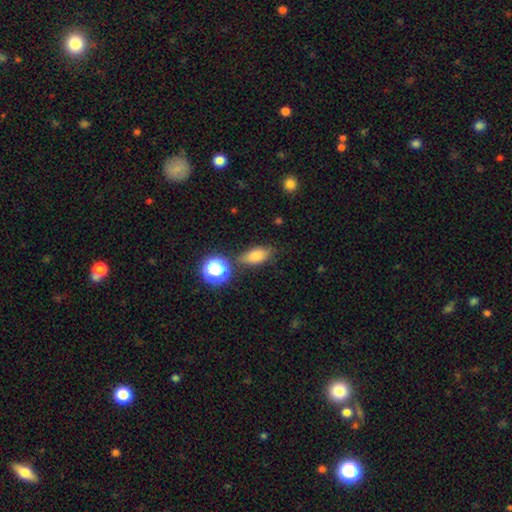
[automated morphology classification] This appears to be a smooth galaxy with no disk features (77%) that is in between round and cigar-shaped (77%). Merging: none (72%).